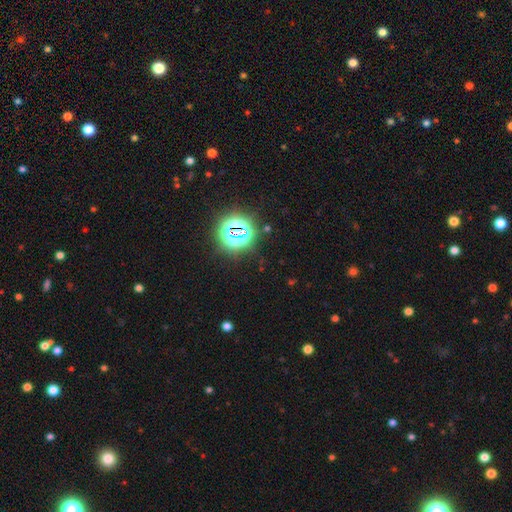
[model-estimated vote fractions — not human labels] This is likely a star or artifact rather than a galaxy (78%).